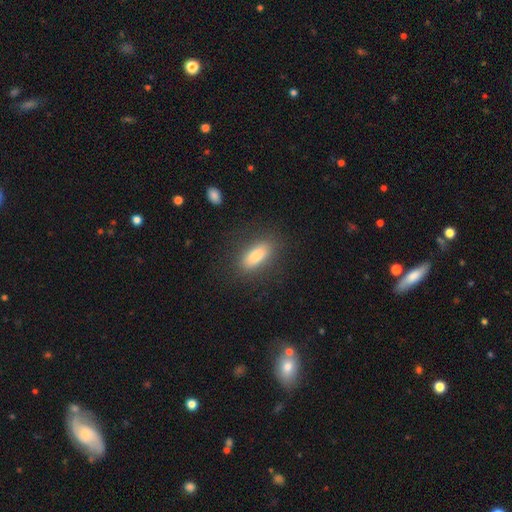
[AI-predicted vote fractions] Overall: smooth (80%). How rounded: in between (75%). Merging: none (83%).